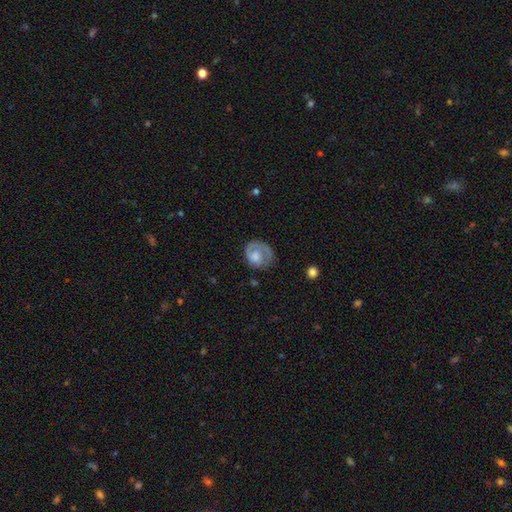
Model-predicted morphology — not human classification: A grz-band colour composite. It shows a featured or disk galaxy (53%) with no bar (78%), spiral arms (75%) and a moderate central bulge (37%). Merging: none (60%).